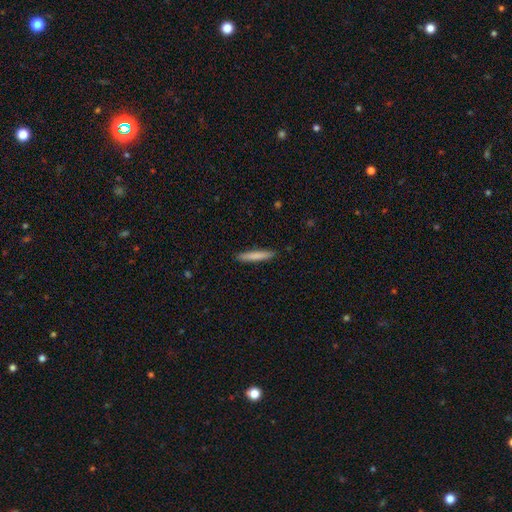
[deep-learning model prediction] A smooth galaxy with no disk features (79%) that is cigar-shaped (94%).

Vote fractions:
- Smooth or featured? smooth: 79% / featured or disk: 15% / star or artifact: 5%
- How rounded? cigar-shaped: 94% / in between: 5% / round: 1%
- Merging? none: 90% / minor disturbance: 7% / major disturbance: 1% / merger: 1%